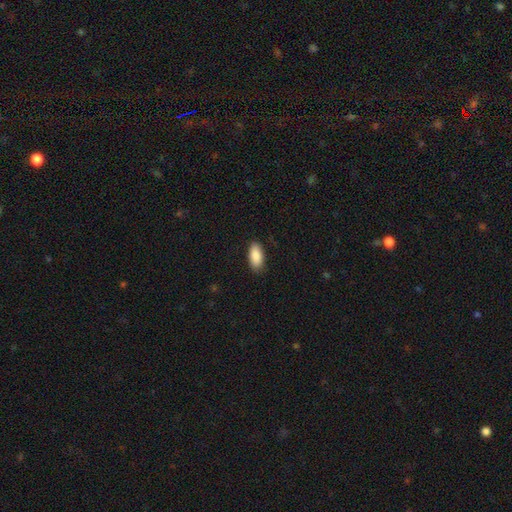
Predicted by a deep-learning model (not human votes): This is clearly a smooth galaxy (89%). How rounded: clearly in between (91%). Merging: clearly none (86%).